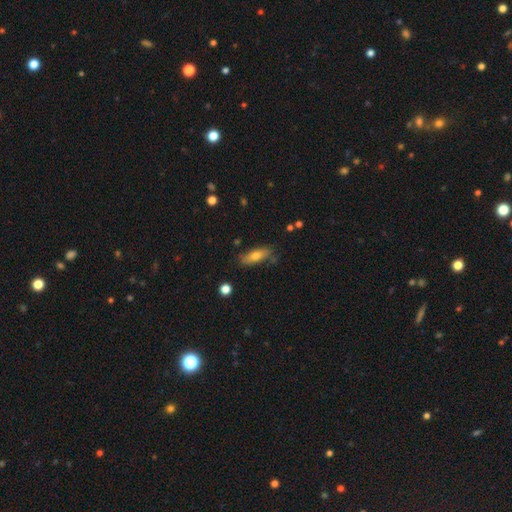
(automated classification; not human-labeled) Q: Smooth or featured?
A: smooth (68%); runner-up: featured or disk (24%)
Q: How rounded?
A: in between (65%); runner-up: cigar-shaped (32%)
Q: Merging?
A: none (74%); runner-up: minor disturbance (18%)